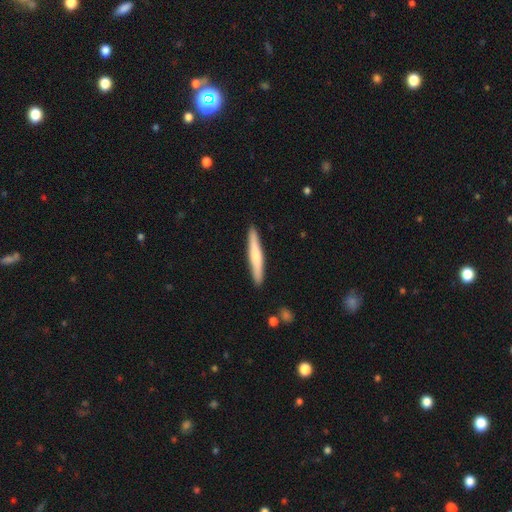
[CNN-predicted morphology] smooth_or_featured: smooth (p=0.58) [alt: featured or disk p=0.37]
how_rounded: cigar-shaped (p=0.94) [alt: in between p=0.05]
merging: none (p=0.90) [alt: minor disturbance p=0.07]